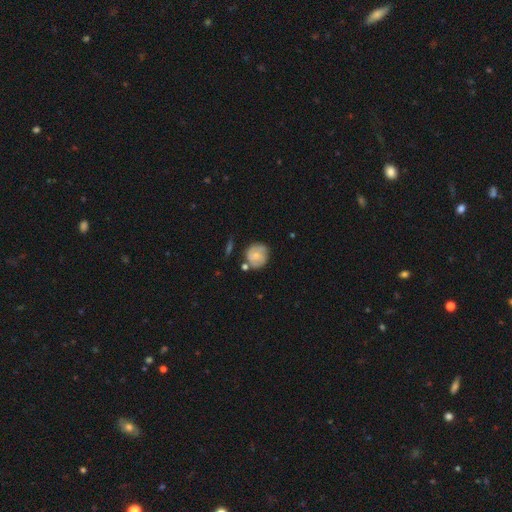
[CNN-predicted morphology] Q: Smooth or featured?
A: smooth (51%); runner-up: featured or disk (42%)
Q: How rounded?
A: round (82%); runner-up: in between (17%)
Q: Merging?
A: none (65%); runner-up: minor disturbance (20%)